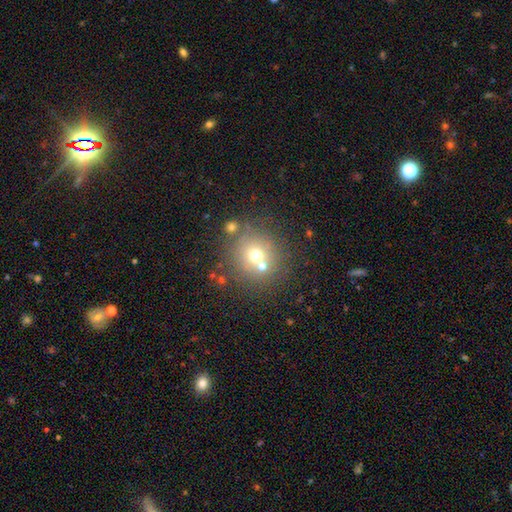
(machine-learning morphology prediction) Overall: smooth (64%). How rounded: round (91%). Merging: none (66%).